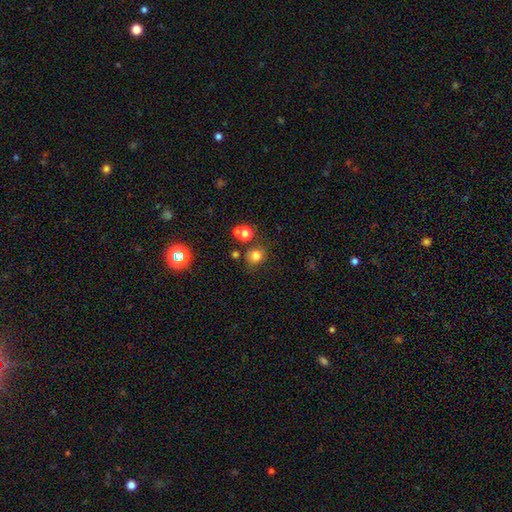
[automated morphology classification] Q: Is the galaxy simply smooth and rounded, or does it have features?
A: smooth — 78%.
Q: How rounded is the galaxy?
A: round — 84%.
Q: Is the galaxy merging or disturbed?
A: none — 74%.